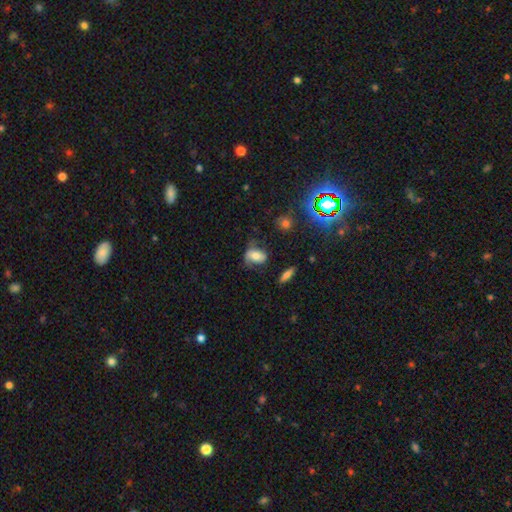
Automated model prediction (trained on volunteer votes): This appears to be a smooth galaxy with no disk features (50%). Merging: none (46%).